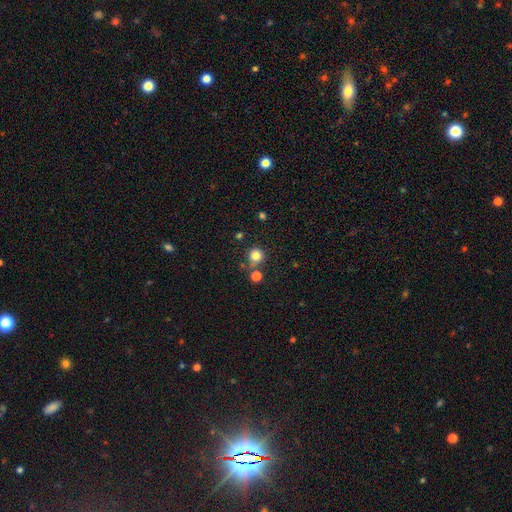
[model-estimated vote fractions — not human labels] Smooth or featured? smooth (81%)
How rounded? round (92%)
Merging? none (70%)